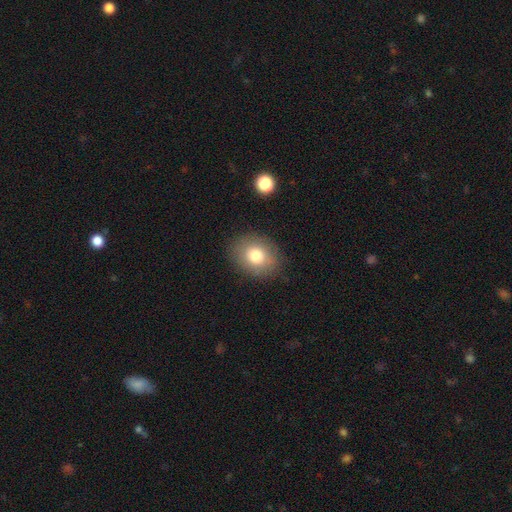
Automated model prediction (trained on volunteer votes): Q: Smooth or featured?
A: smooth (78%); runner-up: featured or disk (12%)
Q: How rounded?
A: in between (51%); runner-up: round (48%)
Q: Merging?
A: none (85%); runner-up: minor disturbance (10%)